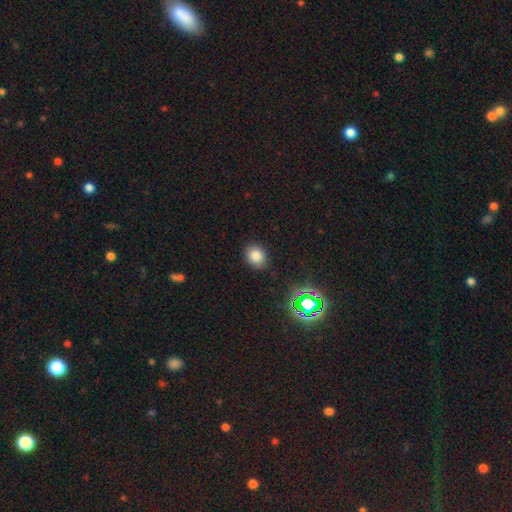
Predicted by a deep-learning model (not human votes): Smooth or featured?
  - smooth: 78% *
  - star or artifact: 16%
  - featured or disk: 6%
How rounded?
  - round: 60% *
  - in between: 39%
  - cigar-shaped: 1%
Merging?
  - none: 87% *
  - minor disturbance: 9%
  - major disturbance: 2%
  - merger: 1%